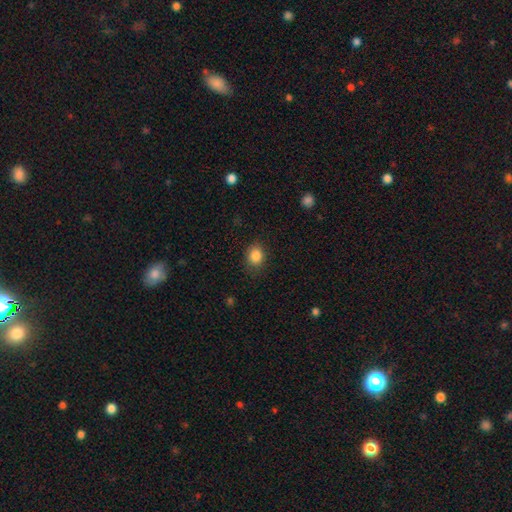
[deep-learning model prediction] smooth-or-featured: smooth: 86% | star or artifact: 10% | featured or disk: 4%
  how-rounded: in between: 50% | round: 49% | cigar-shaped: 1%
  merging: none: 84% | minor disturbance: 12% | major disturbance: 3% | merger: 1%